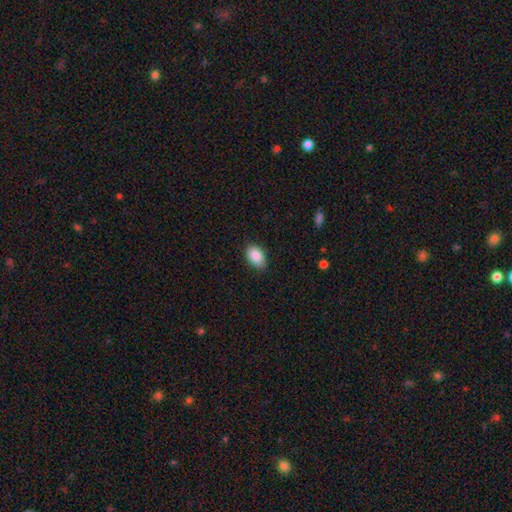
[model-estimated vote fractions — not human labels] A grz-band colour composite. It shows a smooth galaxy with no disk features (89%) that is in between round and cigar-shaped (90%). Merging: none (84%).